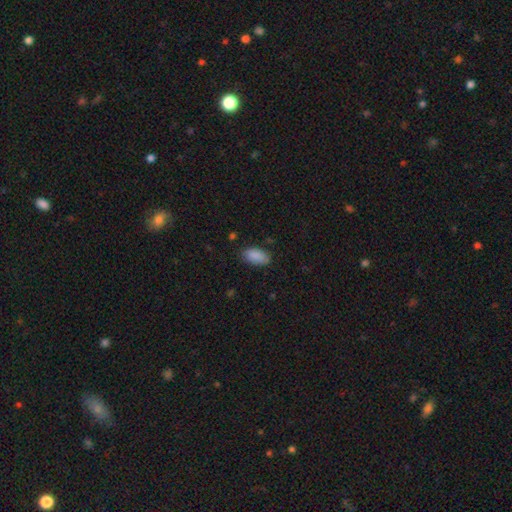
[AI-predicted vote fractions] This appears to be a smooth galaxy with no disk features (89%) that is in between round and cigar-shaped (94%). Merging: none (80%).